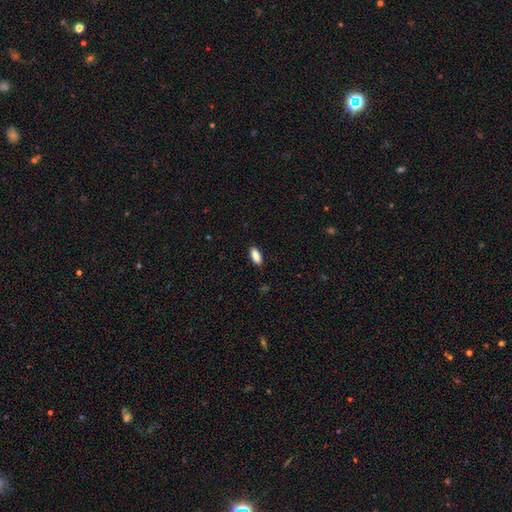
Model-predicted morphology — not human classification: Q: Smooth or featured?
A: smooth (88%); runner-up: star or artifact (7%)
Q: How rounded?
A: in between (83%); runner-up: cigar-shaped (15%)
Q: Merging?
A: none (88%); runner-up: minor disturbance (9%)